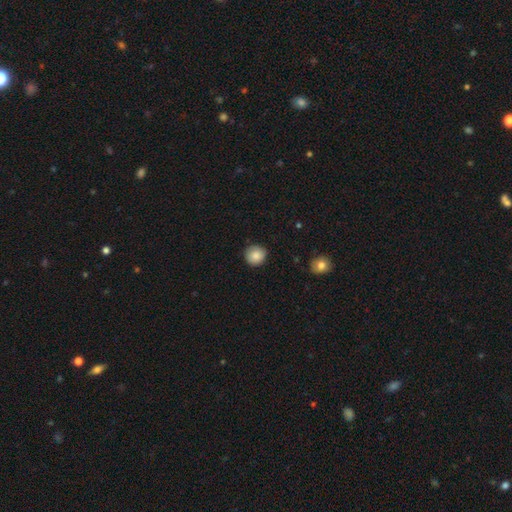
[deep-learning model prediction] Smooth or featured: smooth — 86% (star or artifact — 8%)
How rounded: round — 92% (in between — 7%)
Merging: none — 88% (minor disturbance — 9%)